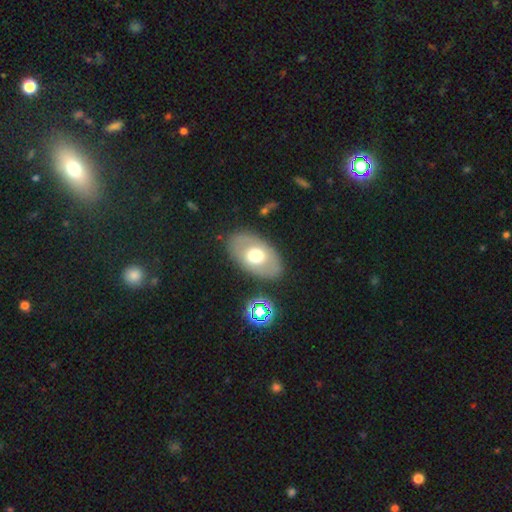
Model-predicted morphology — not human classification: Smooth or featured?
  - smooth: 58% *
  - featured or disk: 34%
  - star or artifact: 8%
How rounded?
  - in between: 89% *
  - round: 9%
  - cigar-shaped: 1%
Merging?
  - none: 84% *
  - minor disturbance: 10%
  - major disturbance: 4%
  - merger: 3%